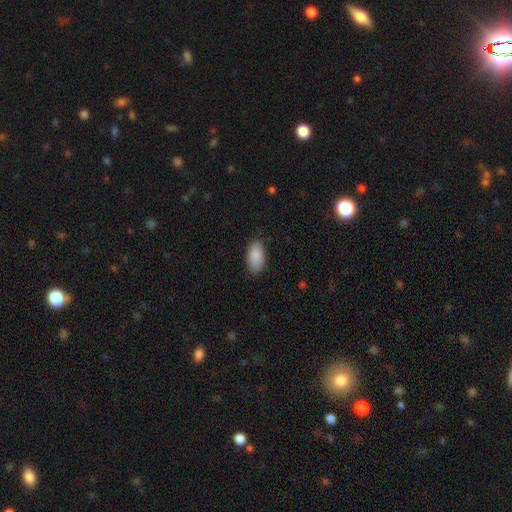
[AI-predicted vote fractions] A smooth galaxy with no disk features (87%) that is in between round and cigar-shaped (94%).

Vote fractions:
- Smooth or featured? smooth: 87% / star or artifact: 6% / featured or disk: 6%
- How rounded? in between: 94% / cigar-shaped: 3% / round: 3%
- Merging? none: 83% / minor disturbance: 13% / major disturbance: 3% / merger: 1%